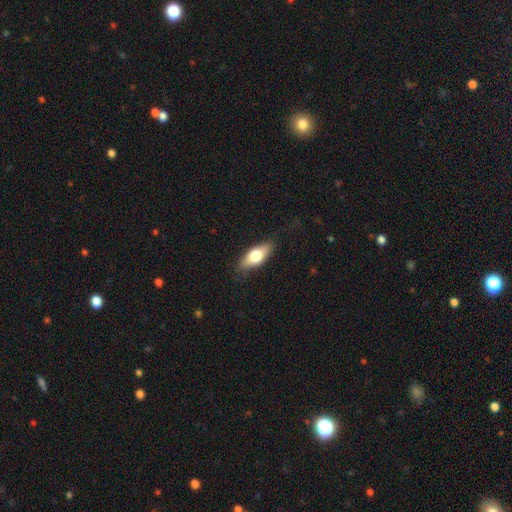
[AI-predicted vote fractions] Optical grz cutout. It shows a smooth galaxy with no disk features (64%) that is in between round and cigar-shaped (77%). Merging: none (83%).